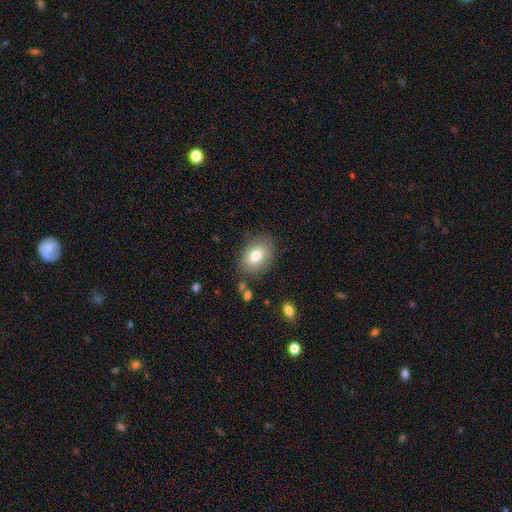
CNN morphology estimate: This appears to be a smooth galaxy with no disk features (78%) that is in between round and cigar-shaped (75%). Merging: none (81%).